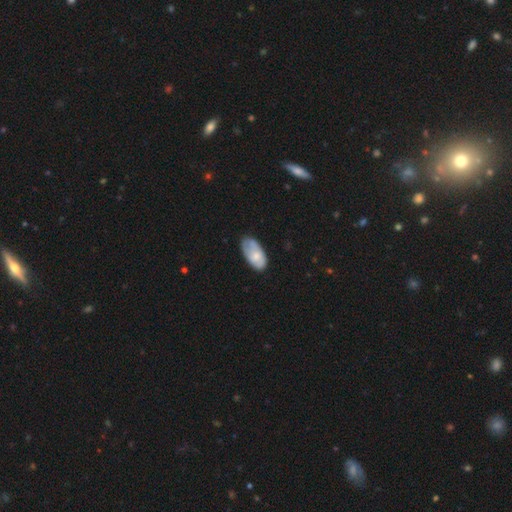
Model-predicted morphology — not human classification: A smooth galaxy with no disk features (69%) that is in between round and cigar-shaped (95%). Merging: none (58%).